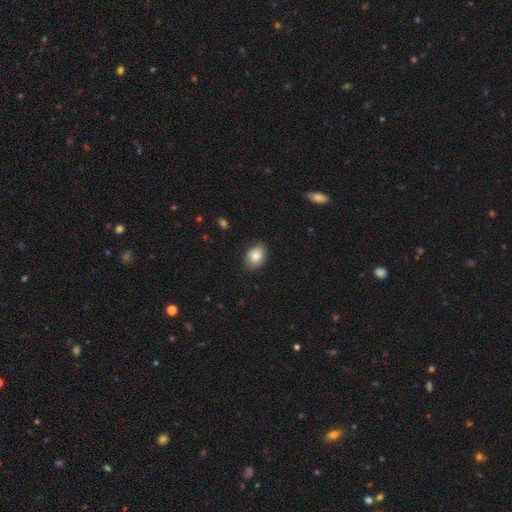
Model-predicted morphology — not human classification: Smooth or featured? Predicted: smooth (p=0.84). How rounded? Predicted: in between (p=0.80). Merging? Predicted: none (p=0.82).